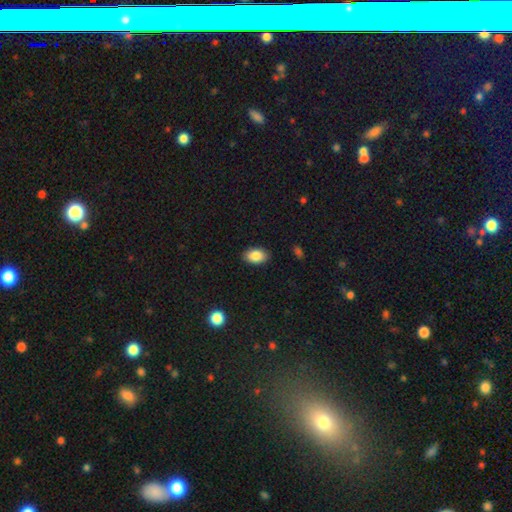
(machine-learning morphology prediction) smooth-or-featured: smooth: 87% | star or artifact: 8% | featured or disk: 6%
  how-rounded: in between: 90% | round: 9% | cigar-shaped: 1%
  merging: none: 88% | minor disturbance: 9% | major disturbance: 2% | merger: 1%